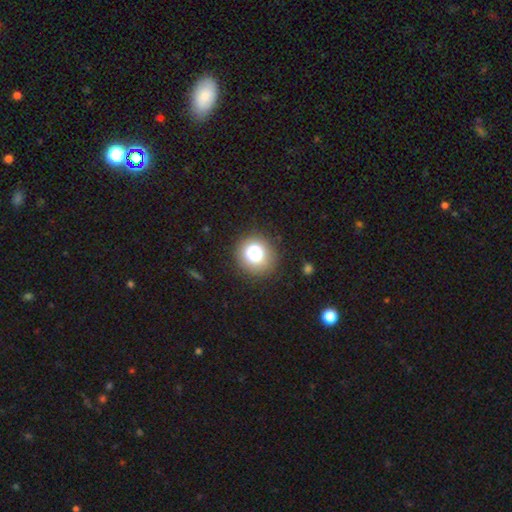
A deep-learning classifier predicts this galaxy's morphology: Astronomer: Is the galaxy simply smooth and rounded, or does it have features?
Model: smooth — 59%.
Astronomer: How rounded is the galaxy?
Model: round — 87%.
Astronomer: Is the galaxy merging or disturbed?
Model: none — 80%.